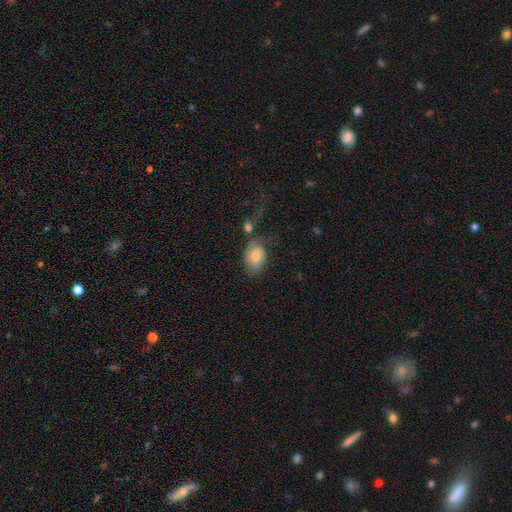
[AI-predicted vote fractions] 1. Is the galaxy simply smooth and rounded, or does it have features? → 67% smooth, 26% featured or disk, 8% star or artifact.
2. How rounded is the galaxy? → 79% in between, 20% round, 1% cigar-shaped.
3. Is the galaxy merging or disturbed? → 36% none, 27% major disturbance, 20% minor disturbance, 16% merger.